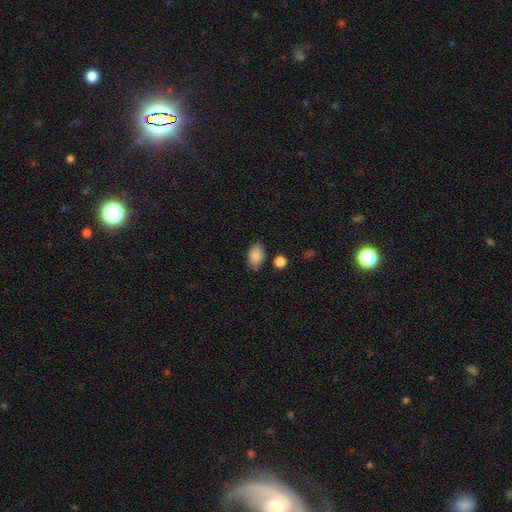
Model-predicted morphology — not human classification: Smooth or featured? smooth (87%)
How rounded? in between (85%)
Merging? none (78%)